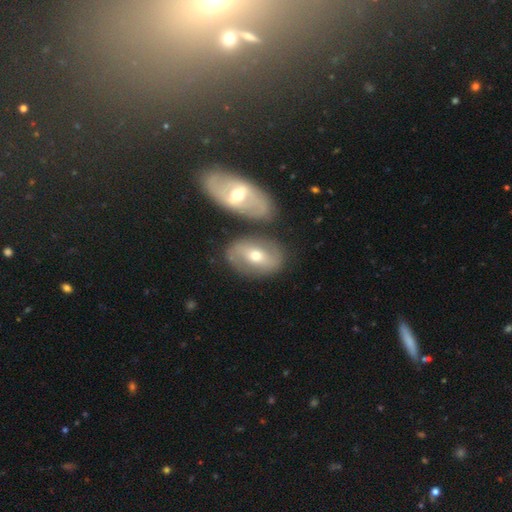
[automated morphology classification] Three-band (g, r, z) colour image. It shows a featured or disk galaxy (59%) with a weak bar (39%), spiral arms (61%) and a moderate central bulge (69%). Merging: none (64%).